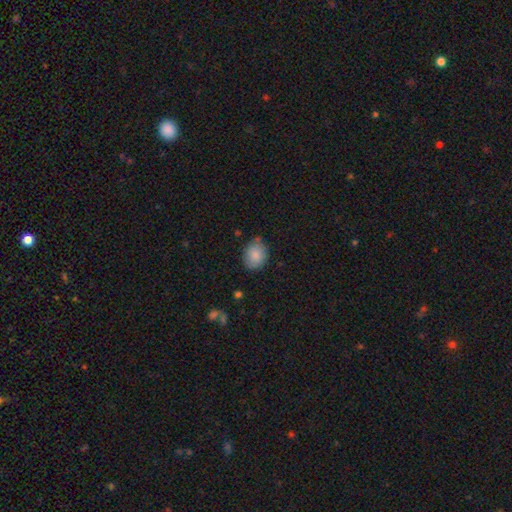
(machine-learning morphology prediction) This is clearly a smooth galaxy (86%). How rounded: possibly in between (52%). Merging: likely none (78%).